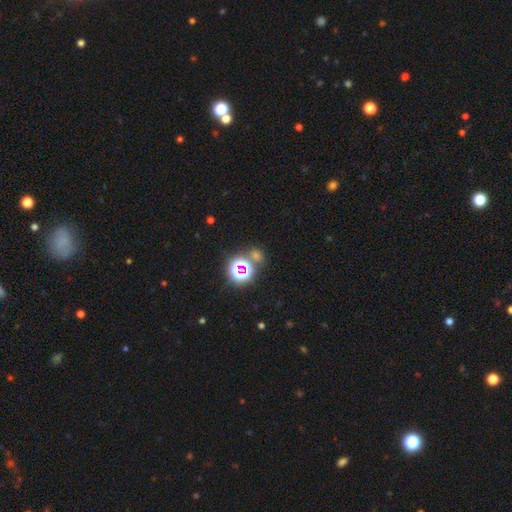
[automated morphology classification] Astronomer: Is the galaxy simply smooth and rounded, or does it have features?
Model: star or artifact — 62%.